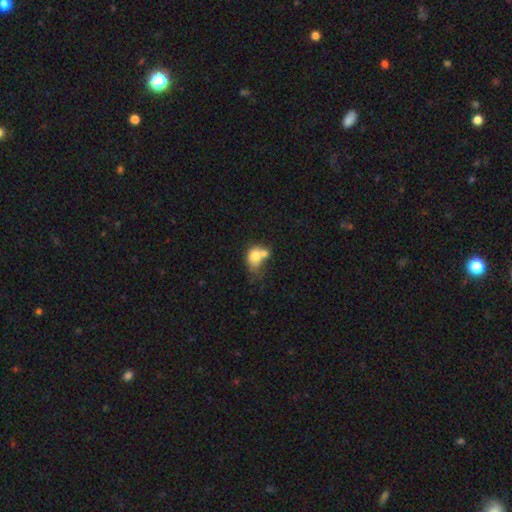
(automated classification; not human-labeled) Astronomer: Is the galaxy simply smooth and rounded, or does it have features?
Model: smooth — 71%.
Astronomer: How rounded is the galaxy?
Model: in between — 53% (runner-up: round, 45%).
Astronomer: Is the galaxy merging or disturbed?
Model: merger — 56%.